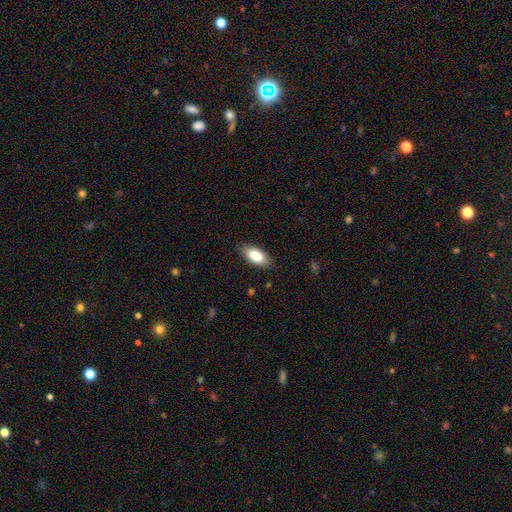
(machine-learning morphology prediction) Smooth or featured? Predicted: smooth (p=0.84). How rounded? Predicted: in between (p=0.88). Merging? Predicted: none (p=0.86).